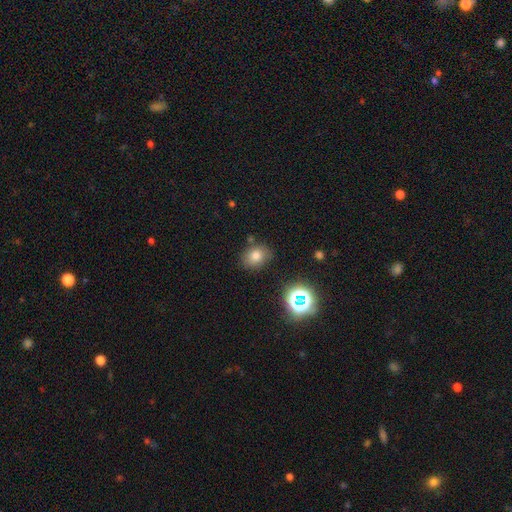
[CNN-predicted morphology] smooth 75%, star or artifact 16%, featured or disk 9%. Down the decision tree: how rounded — in between (55%); merging — none (78%).